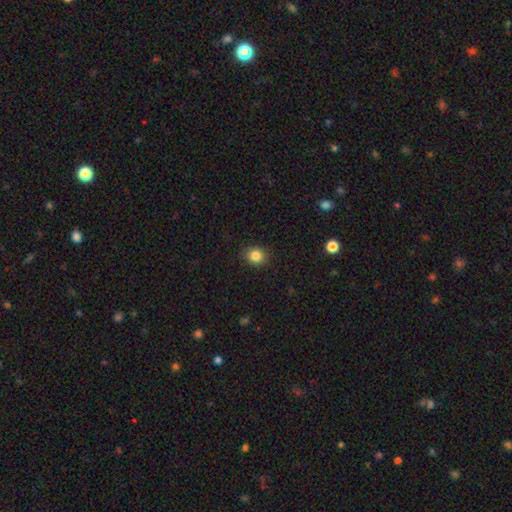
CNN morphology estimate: smooth_or_featured: smooth (p=0.84) [alt: star or artifact p=0.11]
how_rounded: round (p=0.75) [alt: in between p=0.24]
merging: none (p=0.88) [alt: minor disturbance p=0.08]